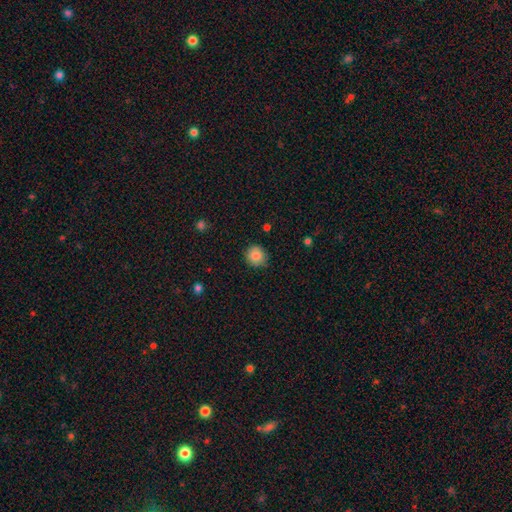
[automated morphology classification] type=smooth (85%); roundness=round (88%); merging=none (85%).